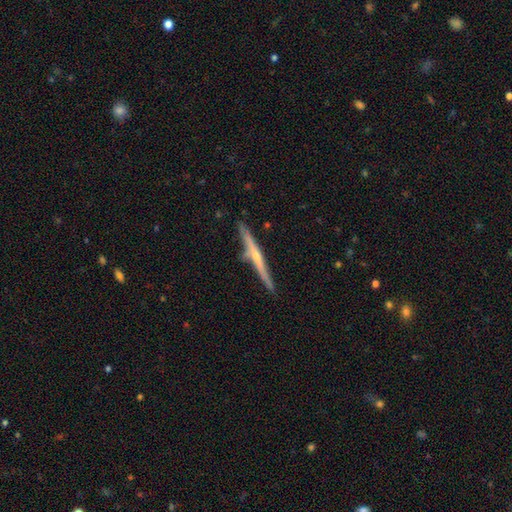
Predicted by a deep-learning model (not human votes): Smooth or featured: featured or disk — 72% (smooth — 22%)
Edge-on disk: yes — 97% (no — 3%)
Edge-on bulge: rounded — 65% (none — 29%)
Merging: none — 81% (minor disturbance — 13%)